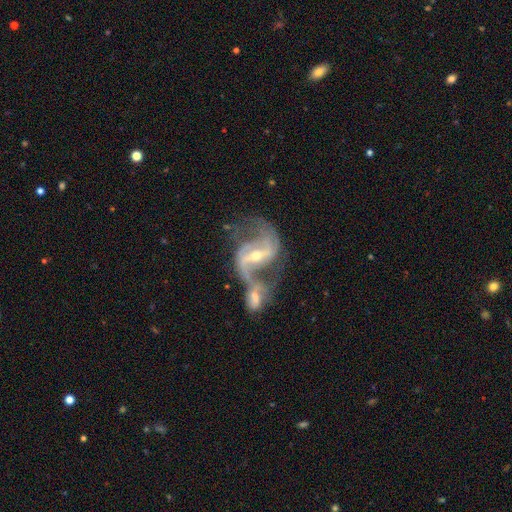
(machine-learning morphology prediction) smooth-or-featured: featured or disk: 91% | star or artifact: 5% | smooth: 4%
  disk-edge-on: no: 97% | yes: 3%
    bar: strong: 54% | weak: 35% | no: 11%
    has-spiral-arms: yes: 97% | no: 3%
      spiral-winding: medium: 46% | loose: 43% | tight: 11%
      spiral-arm-count: 2: 90% | can't tell: 3% | 3: 3% | 1: 2% | 4: 1% | more than 4: 1%
    bulge-size: small: 56% | moderate: 41% | large: 1% | none: 1% | dominant: 1%
  merging: merger: 49% | none: 27% | minor disturbance: 12% | major disturbance: 12%